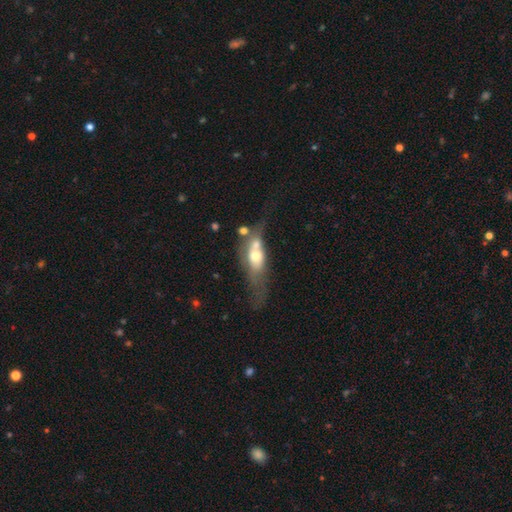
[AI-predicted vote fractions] This is possibly a smooth galaxy (49%). Merging: marginally merger (41%).